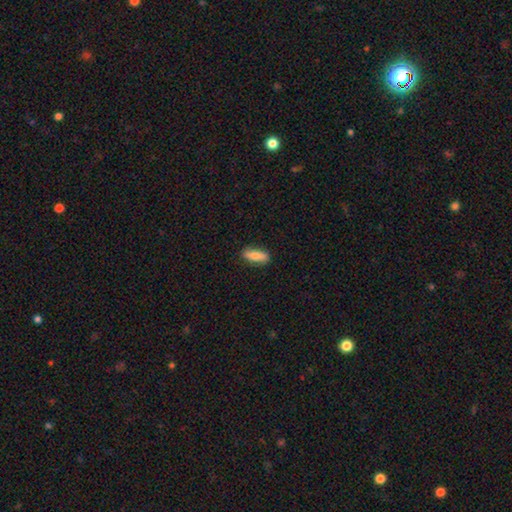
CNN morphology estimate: smooth 78%, featured or disk 16%, star or artifact 6%. Down the decision tree: how rounded — in between (56%); merging — none (87%).